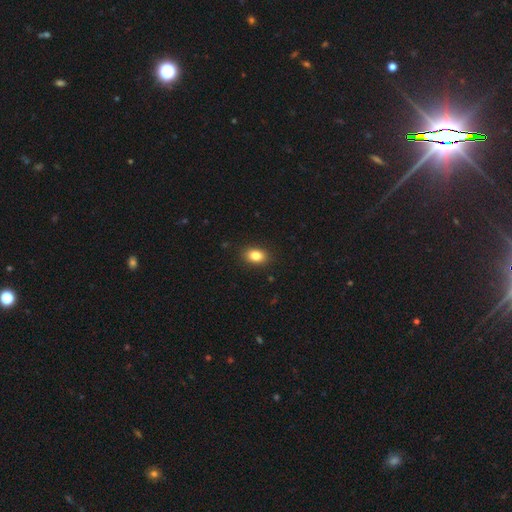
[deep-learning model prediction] smooth 84%, star or artifact 9%, featured or disk 6%. Down the decision tree: how rounded — in between (80%); merging — none (89%).